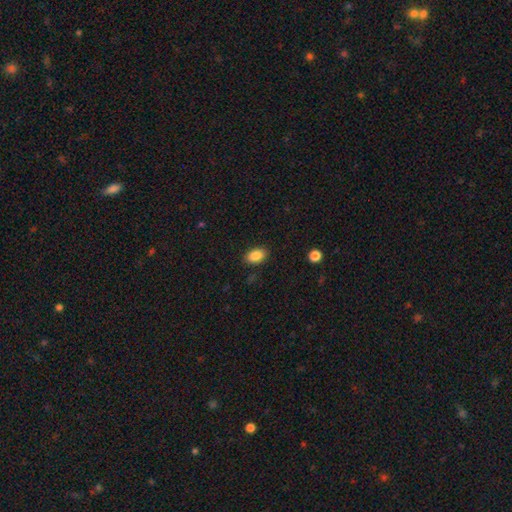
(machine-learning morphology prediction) type=smooth (88%); roundness=in between (89%); merging=none (87%).